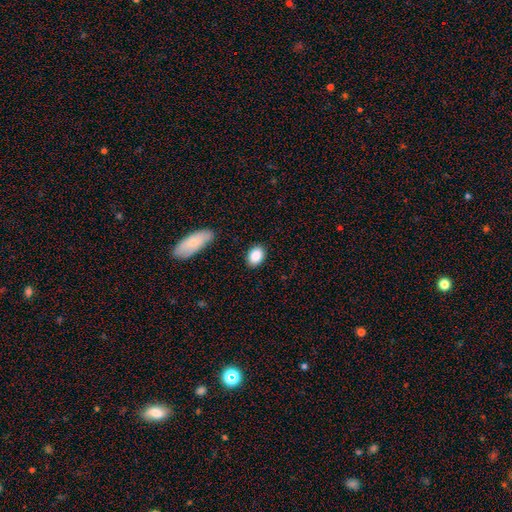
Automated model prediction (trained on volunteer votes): This is clearly a smooth galaxy (87%). How rounded: likely in between (75%). Merging: clearly none (86%).